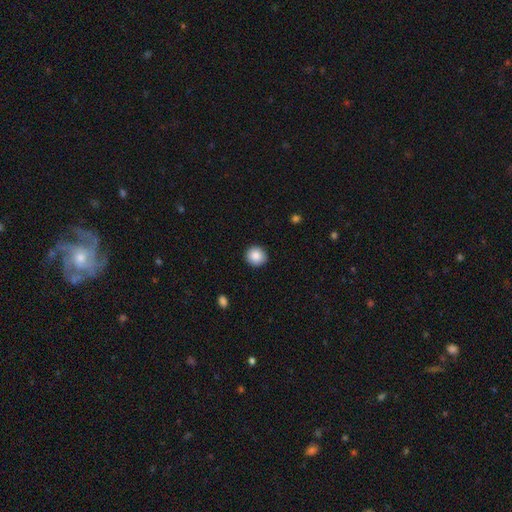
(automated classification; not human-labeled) The model was most divided on "smooth or featured": smooth: 88%, star or artifact: 8%, featured or disk: 4%. More confident: merging — none (91%); how rounded — round (91%).